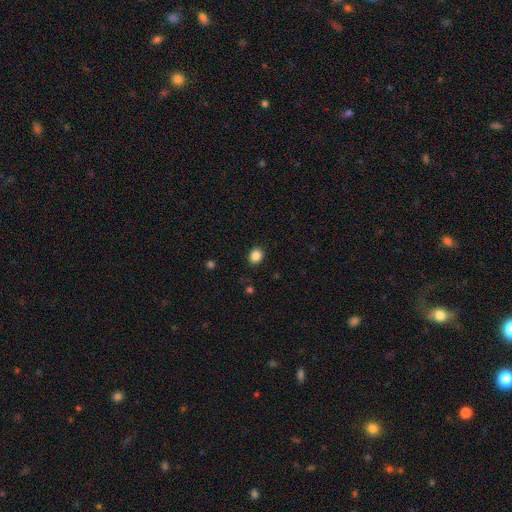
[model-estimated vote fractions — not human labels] smooth-or-featured: smooth: 86% | star or artifact: 10% | featured or disk: 4%
  how-rounded: round: 67% | in between: 33% | cigar-shaped: 1%
  merging: none: 89% | minor disturbance: 7% | major disturbance: 2% | merger: 1%